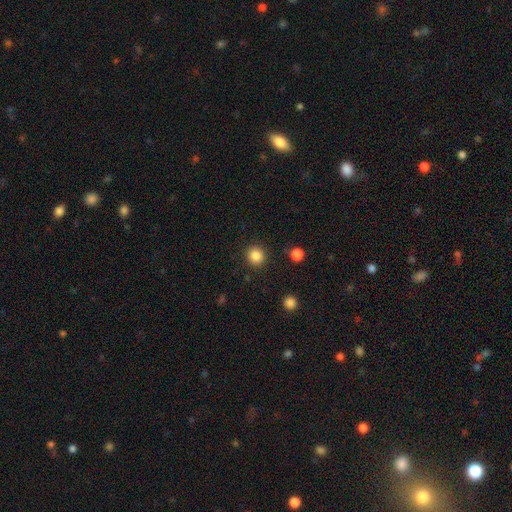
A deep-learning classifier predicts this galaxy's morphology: Smooth or featured? Predicted: smooth (p=0.86). How rounded? Predicted: round (p=0.93). Merging? Predicted: none (p=0.91).